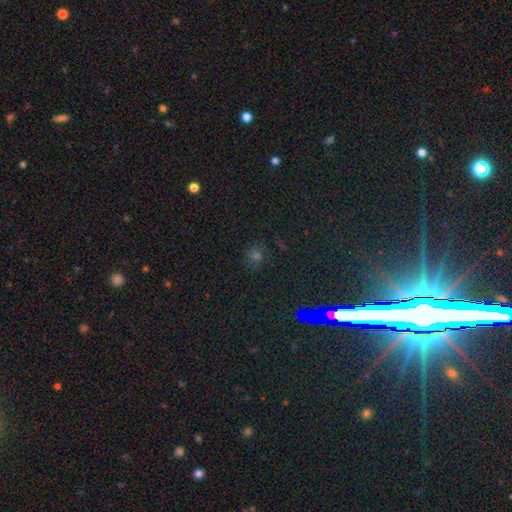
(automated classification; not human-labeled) Morphology: type=star or artifact (49%).